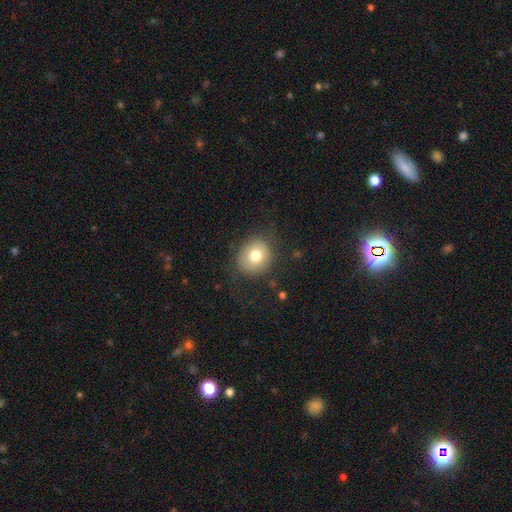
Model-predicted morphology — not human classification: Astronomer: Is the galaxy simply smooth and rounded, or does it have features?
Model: smooth — 76%.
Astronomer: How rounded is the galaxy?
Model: round — 78%.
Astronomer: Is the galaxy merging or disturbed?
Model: none — 81%.